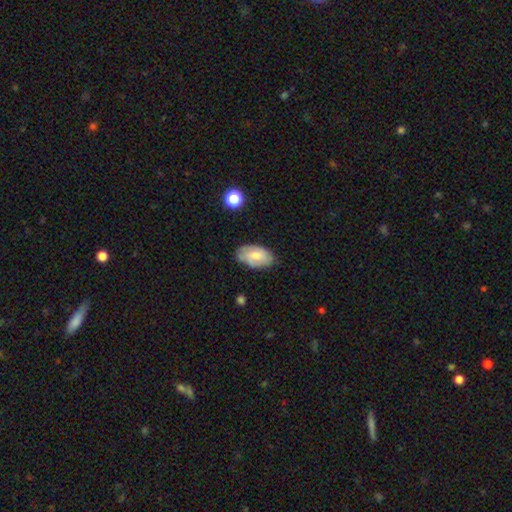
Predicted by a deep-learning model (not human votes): Overall: smooth (57%; featured or disk 36%). How rounded: in between (93%). Merging: none (73%).